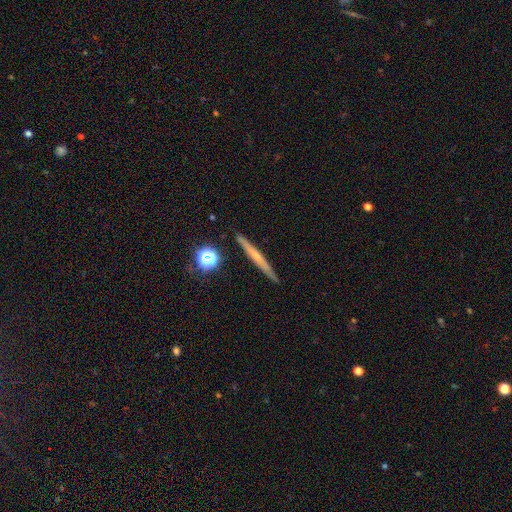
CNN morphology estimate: type=featured or disk (51%); edge-on=yes (96%); merging=none (90%).